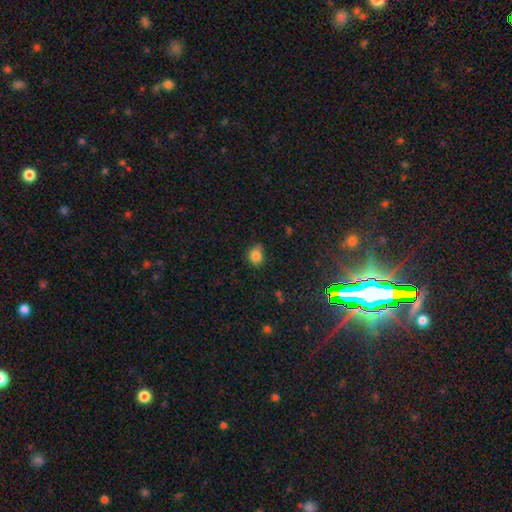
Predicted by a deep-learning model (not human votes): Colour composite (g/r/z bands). It shows a smooth galaxy with no disk features (82%) that is round (70%). Merging: none (60%).